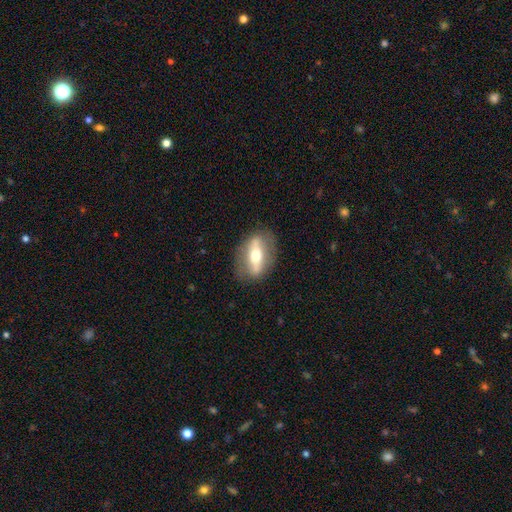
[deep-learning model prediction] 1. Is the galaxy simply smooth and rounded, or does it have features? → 57% featured or disk, 36% smooth, 6% star or artifact.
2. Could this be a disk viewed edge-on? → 50% no (tied), 50% yes (tied).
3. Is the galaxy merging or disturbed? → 81% none, 13% minor disturbance, 5% major disturbance, 1% merger.